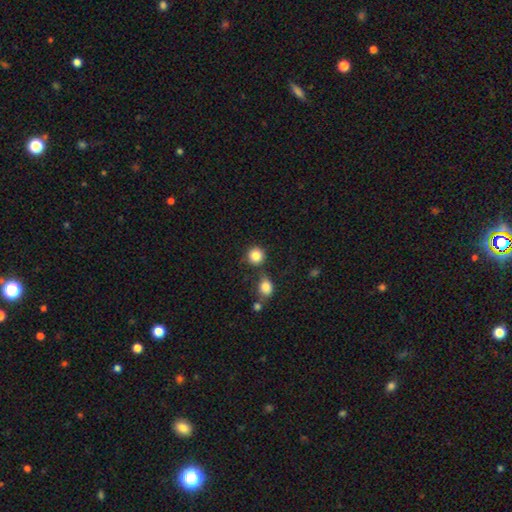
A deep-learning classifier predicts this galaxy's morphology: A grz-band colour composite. It shows a smooth galaxy with no disk features (85%) that is round (91%). Merging: none (74%).